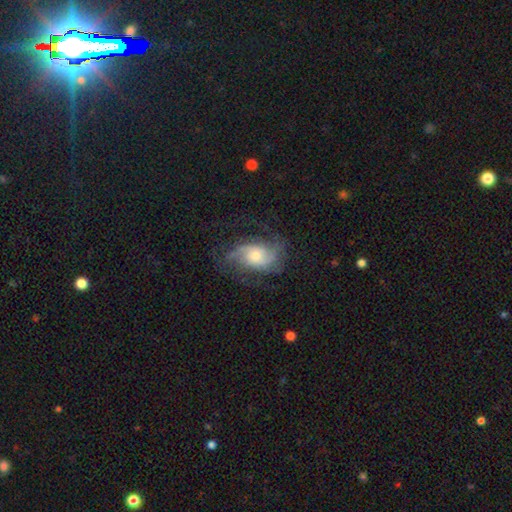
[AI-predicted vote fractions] featured or disk 76%, smooth 17%, star or artifact 7%. Down the decision tree: edge-on disk — no (96%); bar — no (71%); spiral arms — yes (92%); spiral arm count — 2 (42%); spiral winding — medium (44%); bulge size — moderate (51%); merging — none (60%).